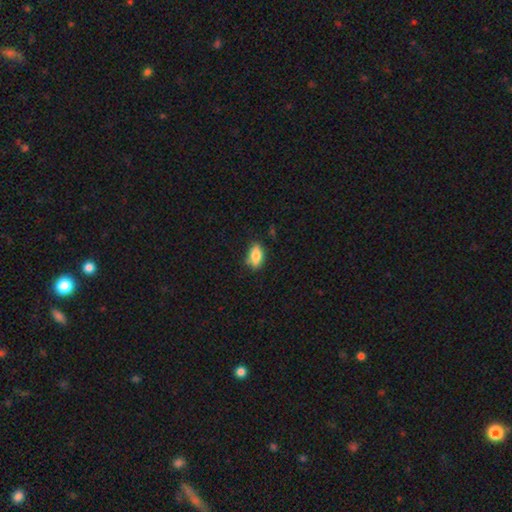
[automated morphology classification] Smooth or featured? smooth (77%)
How rounded? in between (84%)
Merging? none (73%)